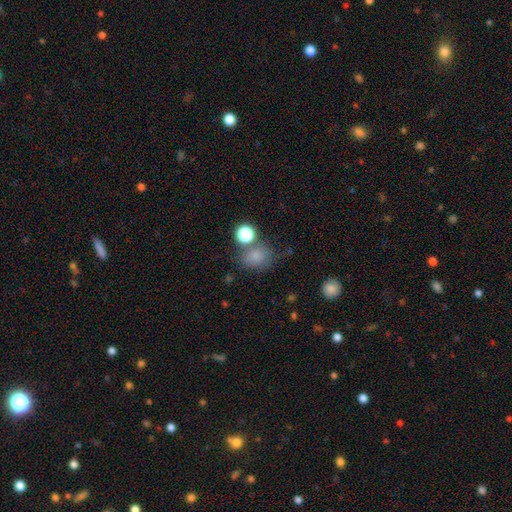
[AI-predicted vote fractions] A smooth galaxy with no disk features (76%) that is round (61%).

Vote fractions:
- Smooth or featured? smooth: 76% / star or artifact: 16% / featured or disk: 8%
- How rounded? round: 61% / in between: 38% / cigar-shaped: 1%
- Merging? none: 61% / minor disturbance: 17% / merger: 15% / major disturbance: 7%